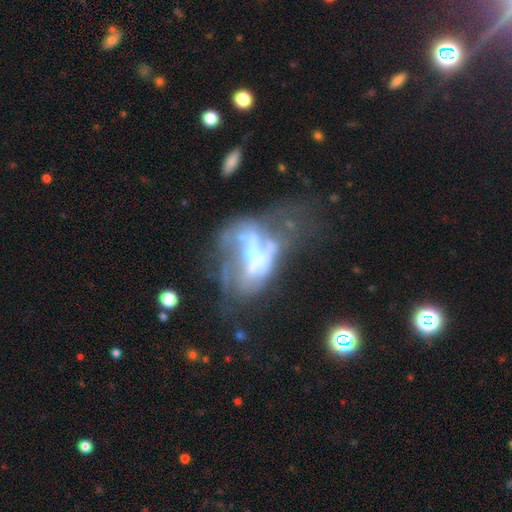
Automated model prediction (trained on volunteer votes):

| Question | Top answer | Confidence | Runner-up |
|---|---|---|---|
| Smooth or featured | featured or disk | 71% | smooth (17%) |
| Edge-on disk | no | 93% | yes (7%) |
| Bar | no | 51% | weak (28%) |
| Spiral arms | no | 60% | yes (40%) |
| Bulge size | moderate | 45% | small (32%) |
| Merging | major disturbance | 47% | none (21%) |